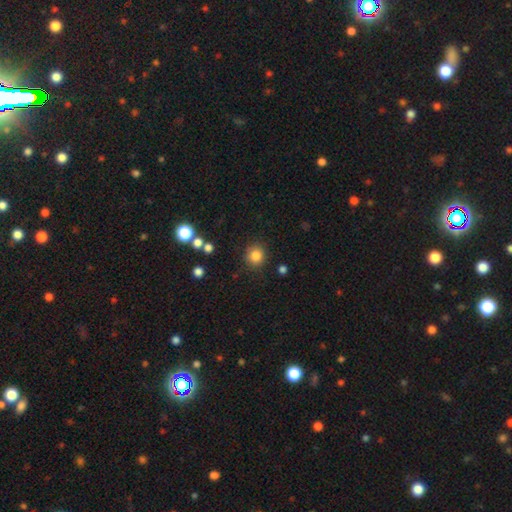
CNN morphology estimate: smooth_or_featured: smooth (p=0.83) [alt: star or artifact p=0.12]
how_rounded: round (p=0.90) [alt: in between p=0.09]
merging: none (p=0.88) [alt: minor disturbance p=0.08]